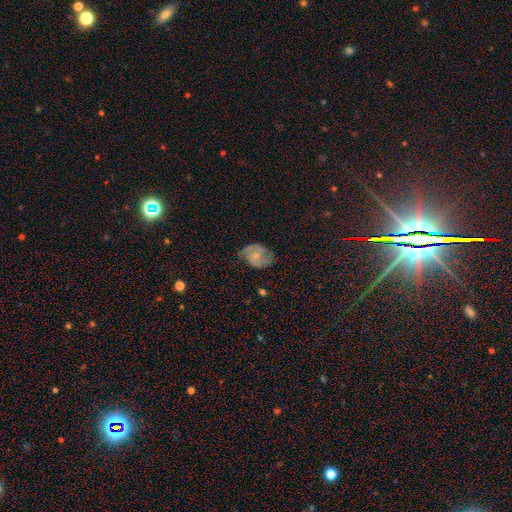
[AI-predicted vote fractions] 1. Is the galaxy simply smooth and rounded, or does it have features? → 52% featured or disk, 40% smooth, 8% star or artifact.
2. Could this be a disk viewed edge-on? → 97% no, 3% yes.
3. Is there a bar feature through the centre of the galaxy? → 71% no, 24% weak, 5% strong.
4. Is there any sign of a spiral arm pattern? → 75% yes, 25% no.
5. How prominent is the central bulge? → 62% small, 29% moderate, 6% none, 2% large, 1% dominant.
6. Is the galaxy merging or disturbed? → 53% none, 31% minor disturbance, 14% major disturbance, 2% merger.